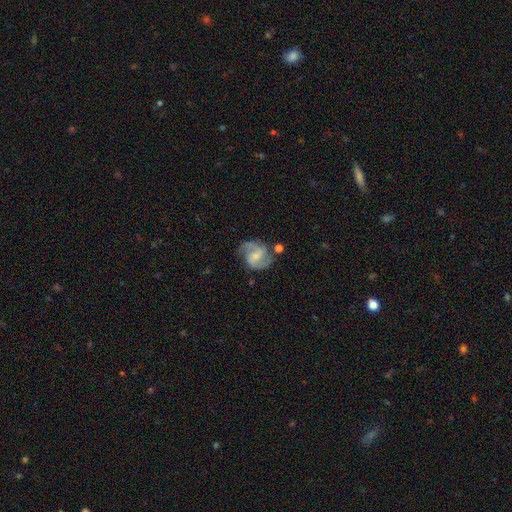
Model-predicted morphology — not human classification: Overall: featured or disk (86%). Edge-on disk: no (98%). Bar: weak (48%; no 38%). Spiral arms: yes (97%). Spiral arm count: 2 (89%). Spiral winding: medium (57%; loose 23%). Bulge size: small (57%; moderate 31%). Merging: none (70%).